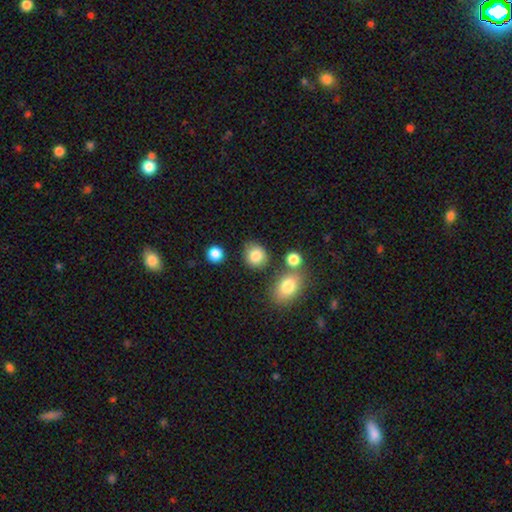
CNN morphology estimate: smooth 84%, star or artifact 10%, featured or disk 6%. Down the decision tree: how rounded — round (71%); merging — none (76%).